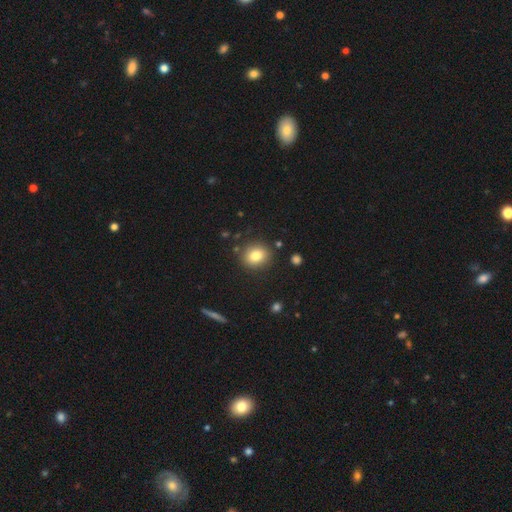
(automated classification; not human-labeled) A smooth galaxy with no disk features (81%) that is round (71%).

Vote fractions:
- Smooth or featured? smooth: 81% / star or artifact: 10% / featured or disk: 8%
- How rounded? round: 71% / in between: 28% / cigar-shaped: 1%
- Merging? none: 86% / minor disturbance: 9% / major disturbance: 3% / merger: 3%